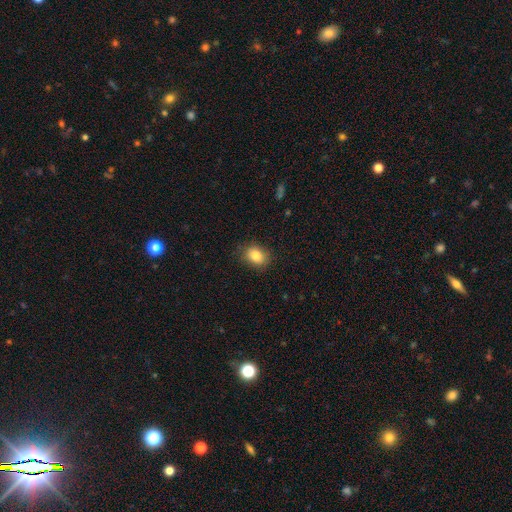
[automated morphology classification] Smooth or featured? smooth (85%)
How rounded? in between (58%)
Merging? none (83%)